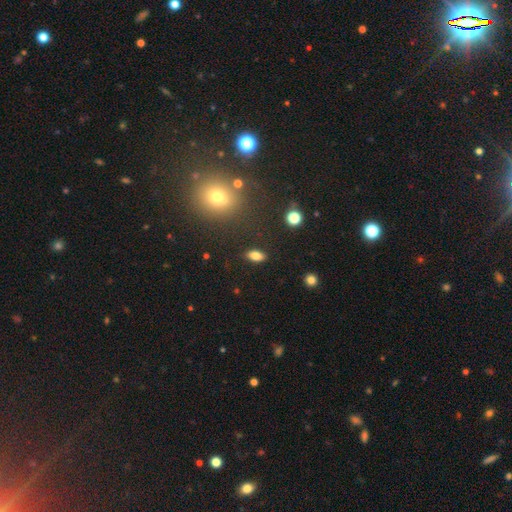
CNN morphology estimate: Smooth or featured? Predicted: smooth (p=0.79). How rounded? Predicted: in between (p=0.86). Merging? Predicted: none (p=0.86).